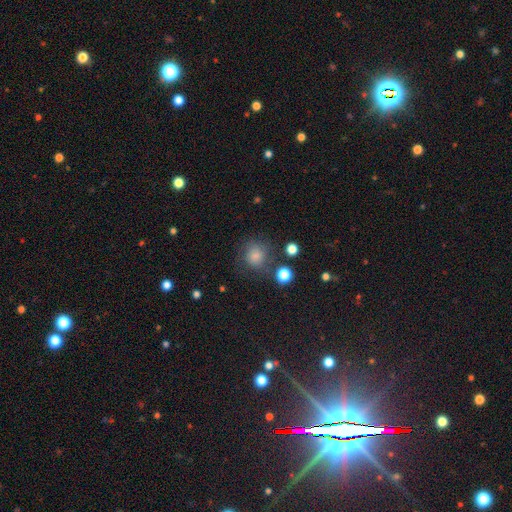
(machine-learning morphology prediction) type=smooth (78%); roundness=round (85%); merging=none (69%).